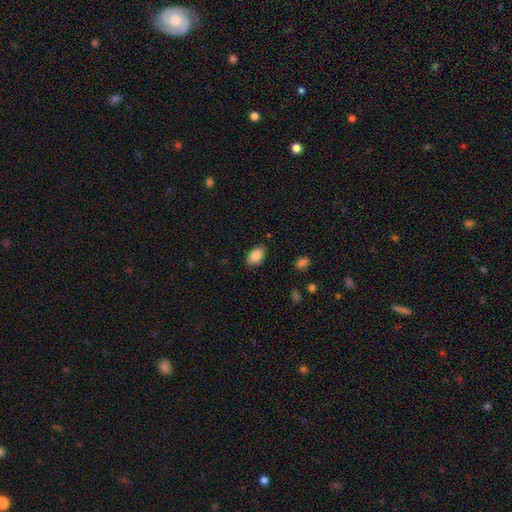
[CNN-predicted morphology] type=smooth (86%); roundness=in between (90%); merging=none (84%).